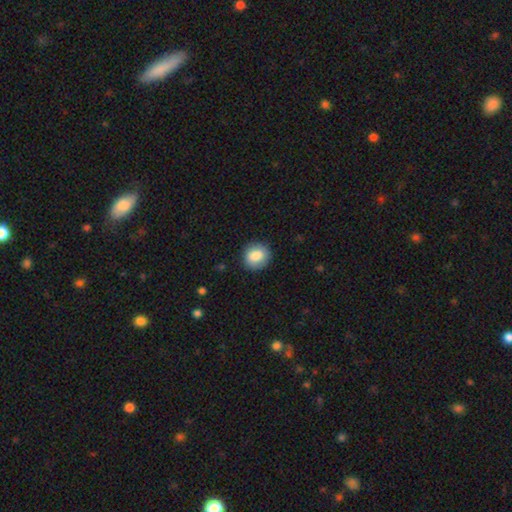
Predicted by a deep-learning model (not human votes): smooth-or-featured: smooth: 84% | featured or disk: 9% | star or artifact: 8%
  how-rounded: round: 79% | in between: 20% | cigar-shaped: 1%
  merging: none: 87% | minor disturbance: 10% | major disturbance: 3% | merger: 1%